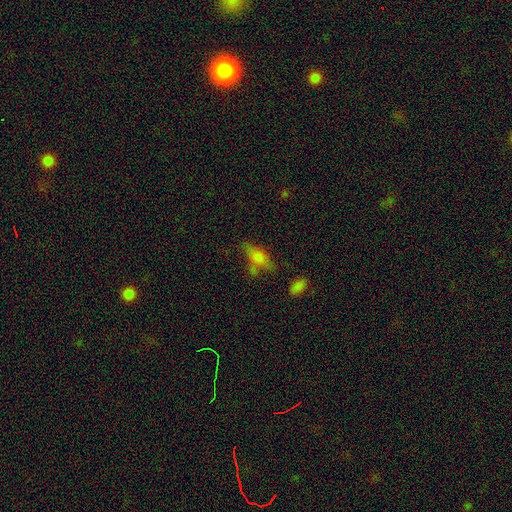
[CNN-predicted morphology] This is possibly a smooth galaxy (59%). How rounded: likely in between (71%). Merging: possibly none (52%).